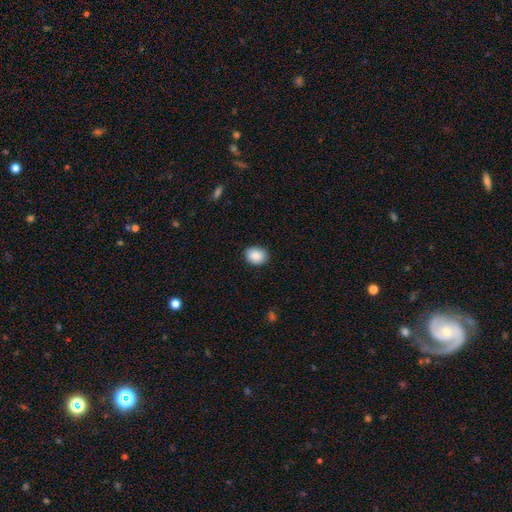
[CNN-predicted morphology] Smooth or featured? Predicted: smooth (p=0.88). How rounded? Predicted: in between (p=0.53). Merging? Predicted: none (p=0.87).